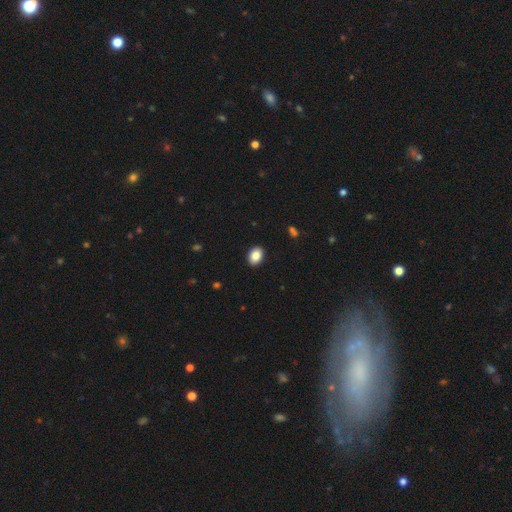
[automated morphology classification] A smooth galaxy with no disk features (87%) that is in between round and cigar-shaped (77%).

Vote fractions:
- Smooth or featured? smooth: 87% / star or artifact: 8% / featured or disk: 5%
- How rounded? in between: 77% / round: 22% / cigar-shaped: 1%
- Merging? none: 91% / minor disturbance: 6% / major disturbance: 2% / merger: 1%